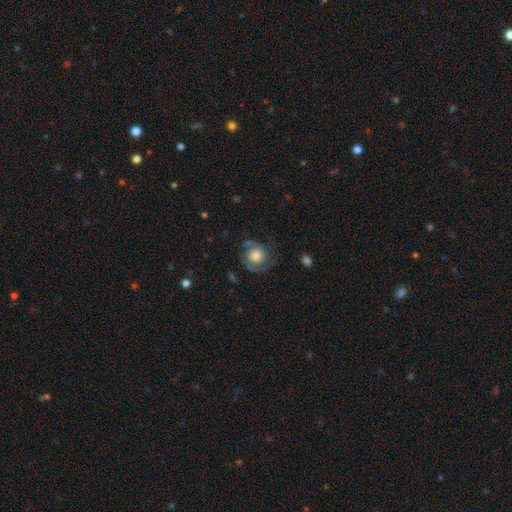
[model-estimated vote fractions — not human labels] Morphology: type=featured or disk (54%); edge-on=no (98%); bar=no (80%); spiral arms=yes (87%); bulge=moderate (46%); merging=none (67%).